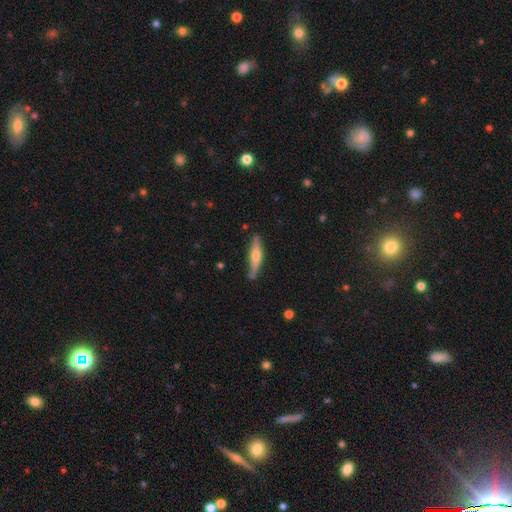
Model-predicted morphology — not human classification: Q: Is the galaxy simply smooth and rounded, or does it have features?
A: featured or disk — 55%.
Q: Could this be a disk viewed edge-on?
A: yes — 93%.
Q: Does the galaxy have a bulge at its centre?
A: rounded — 89%.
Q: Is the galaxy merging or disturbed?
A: none — 80%.